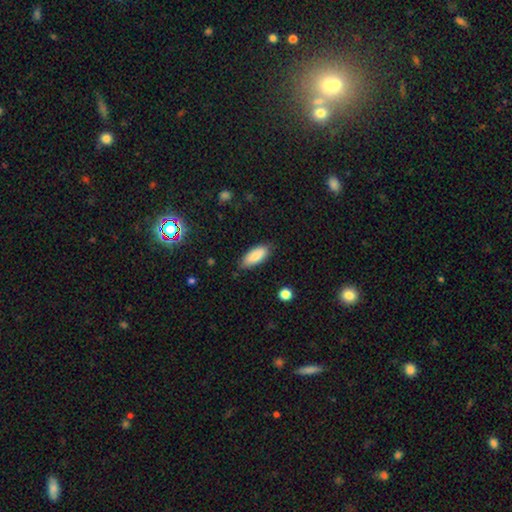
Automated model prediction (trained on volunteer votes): smooth 85%, featured or disk 8%, star or artifact 7%. Down the decision tree: how rounded — in between (85%); merging — none (81%).